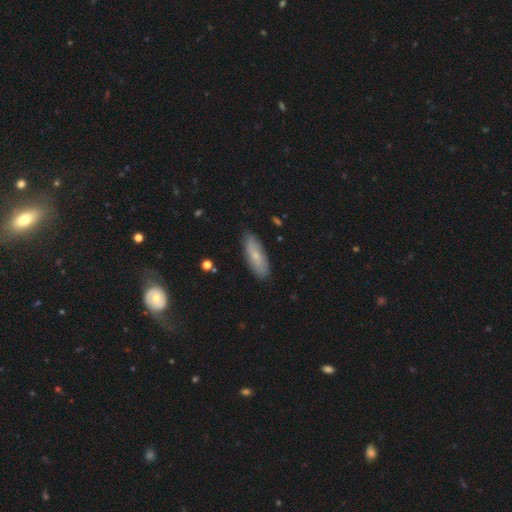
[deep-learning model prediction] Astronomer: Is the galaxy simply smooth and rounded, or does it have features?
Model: smooth — 67%.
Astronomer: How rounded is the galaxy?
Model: in between — 58% (runner-up: cigar-shaped, 40%).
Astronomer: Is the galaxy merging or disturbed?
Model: none — 84%.